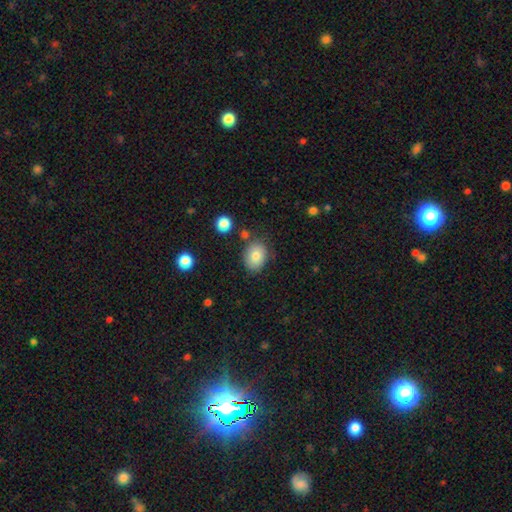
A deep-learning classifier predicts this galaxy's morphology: type=smooth (80%); roundness=in between (54%); merging=none (77%).